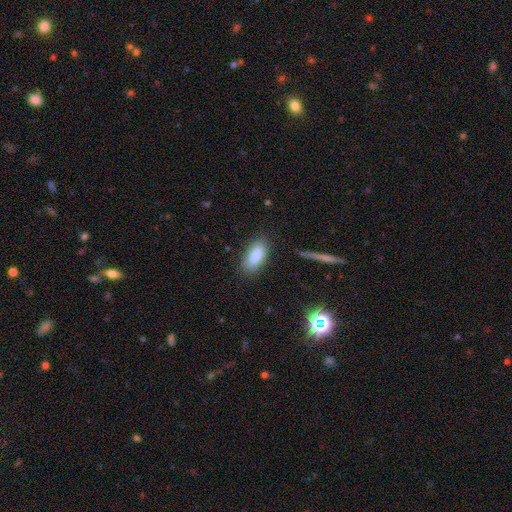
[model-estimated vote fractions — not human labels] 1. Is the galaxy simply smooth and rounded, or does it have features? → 86% smooth, 8% featured or disk, 7% star or artifact.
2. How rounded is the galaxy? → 87% in between, 11% cigar-shaped, 2% round.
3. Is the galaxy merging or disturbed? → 81% none, 13% minor disturbance, 4% major disturbance, 2% merger.